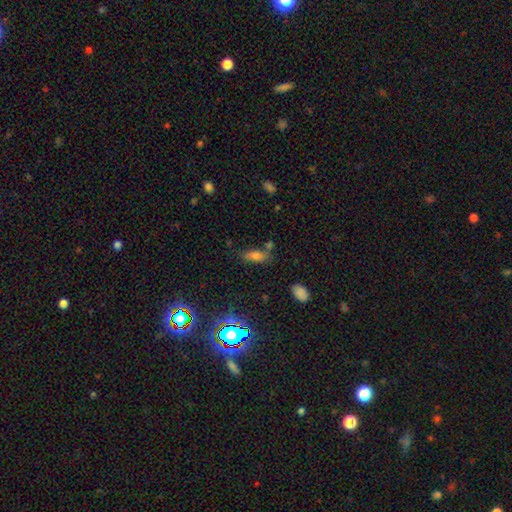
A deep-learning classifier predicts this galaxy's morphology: Smooth or featured: smooth — 69% (star or artifact — 16%)
How rounded: in between — 77% (cigar-shaped — 19%)
Merging: none — 62% (minor disturbance — 18%)